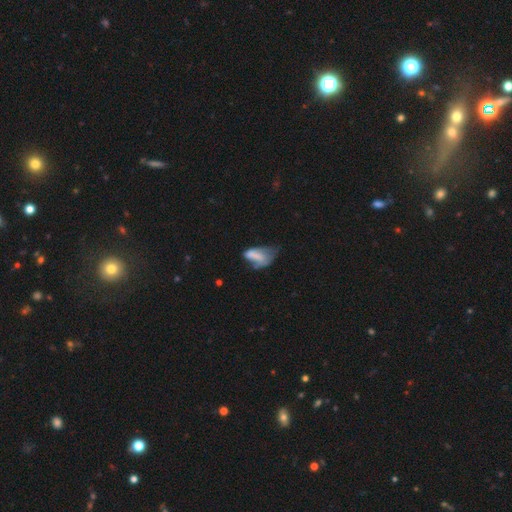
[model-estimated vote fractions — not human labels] smooth-or-featured: smooth: 62% | featured or disk: 29% | star or artifact: 10%
  how-rounded: in between: 90% | round: 5% | cigar-shaped: 5%
  merging: major disturbance: 41% | minor disturbance: 30% | none: 19% | merger: 9%